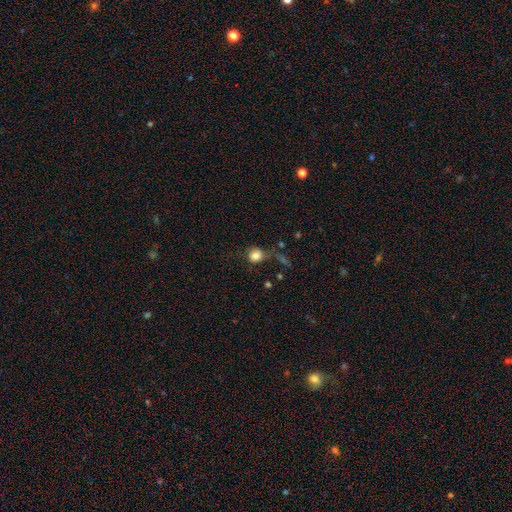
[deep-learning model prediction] smooth_or_featured: smooth (p=0.80) [alt: star or artifact p=0.11]
how_rounded: round (p=0.79) [alt: in between p=0.20]
merging: none (p=0.48) [alt: minor disturbance p=0.21]